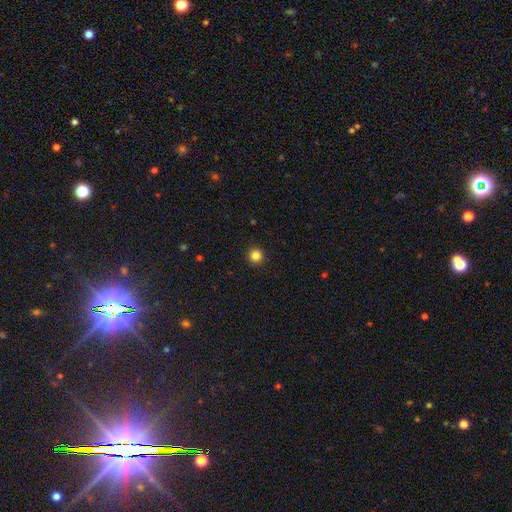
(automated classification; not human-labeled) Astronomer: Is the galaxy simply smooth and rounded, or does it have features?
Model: smooth — 85%.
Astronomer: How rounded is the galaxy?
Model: round — 96%.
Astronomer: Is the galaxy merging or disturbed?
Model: none — 93%.